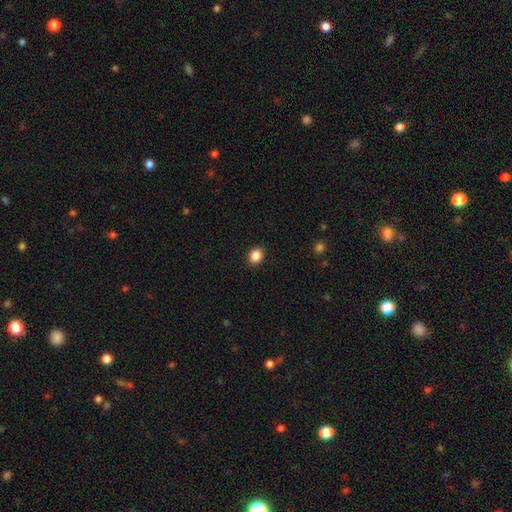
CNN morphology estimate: Smooth or featured?
  - smooth: 87% *
  - star or artifact: 9%
  - featured or disk: 3%
How rounded?
  - round: 54% *
  - in between: 45%
  - cigar-shaped: 1%
Merging?
  - none: 90% *
  - minor disturbance: 7%
  - major disturbance: 2%
  - merger: 1%